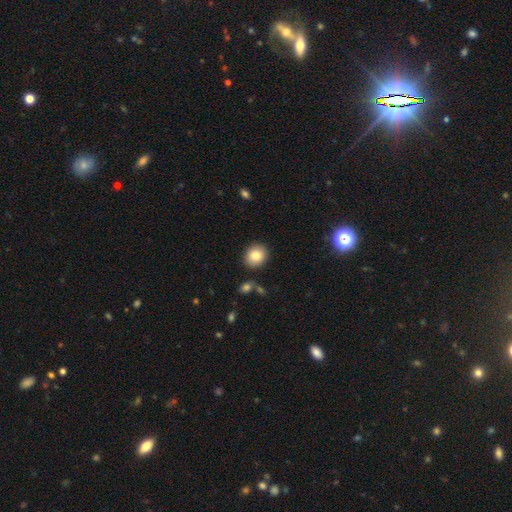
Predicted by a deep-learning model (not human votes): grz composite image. It shows a smooth galaxy with no disk features (84%) that is round (75%). Merging: none (88%).